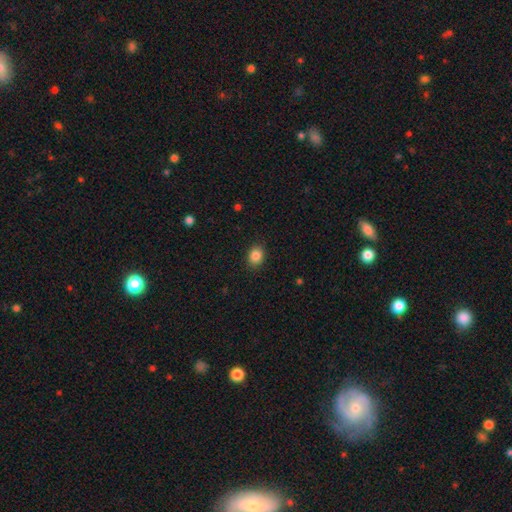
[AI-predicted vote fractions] Overall: smooth (86%). How rounded: round (59%; in between 40%). Merging: none (89%).